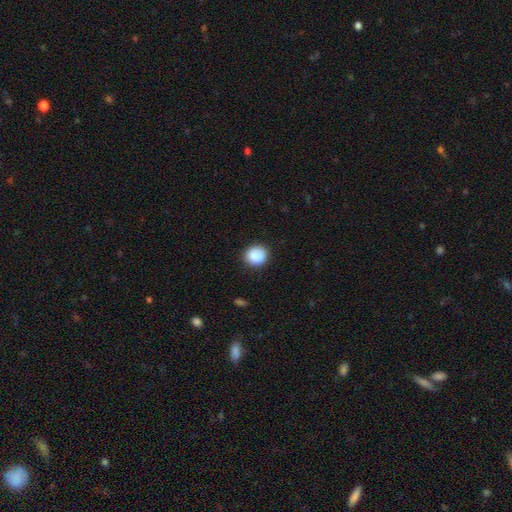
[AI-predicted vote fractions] A smooth galaxy with no disk features (88%) that is round (83%).

Vote fractions:
- Smooth or featured? smooth: 88% / star or artifact: 8% / featured or disk: 4%
- How rounded? round: 83% / in between: 16% / cigar-shaped: 1%
- Merging? none: 85% / minor disturbance: 11% / major disturbance: 3% / merger: 1%